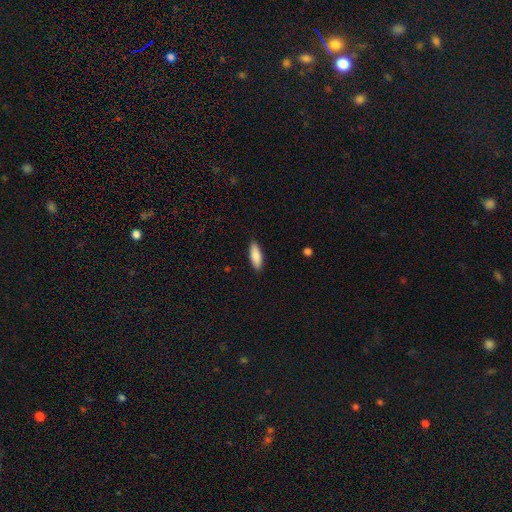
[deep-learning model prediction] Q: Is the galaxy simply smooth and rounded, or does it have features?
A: smooth — 87%.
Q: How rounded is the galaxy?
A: in between — 56%.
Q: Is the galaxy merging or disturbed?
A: none — 89%.